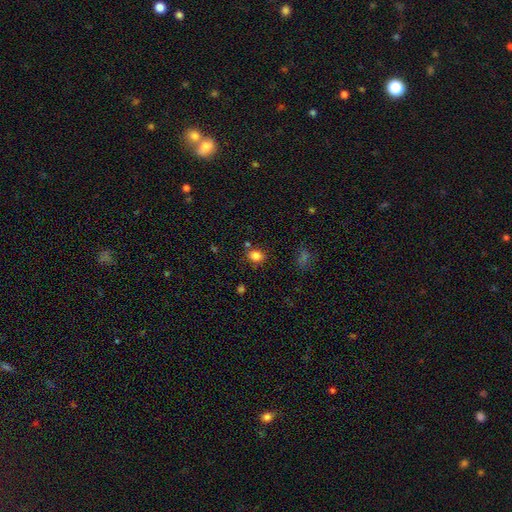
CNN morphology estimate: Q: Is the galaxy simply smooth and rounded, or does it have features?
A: smooth — 82%.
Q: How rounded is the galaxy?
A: round — 53%.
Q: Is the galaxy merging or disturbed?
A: none — 74%.